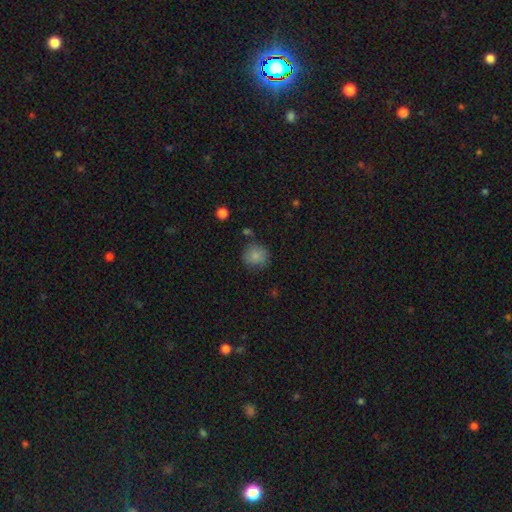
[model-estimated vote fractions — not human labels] smooth-or-featured: smooth: 82% | star or artifact: 10% | featured or disk: 8%
  how-rounded: round: 85% | in between: 14% | cigar-shaped: 1%
  merging: none: 70% | minor disturbance: 19% | major disturbance: 6% | merger: 5%